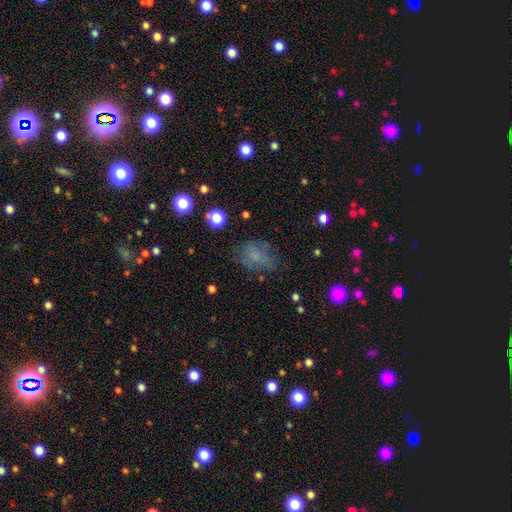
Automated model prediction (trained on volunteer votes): The model was most divided on "merging": none: 57%, minor disturbance: 24%, major disturbance: 16%, merger: 3%. More confident: how rounded — in between (74%); smooth or featured — smooth (64%).